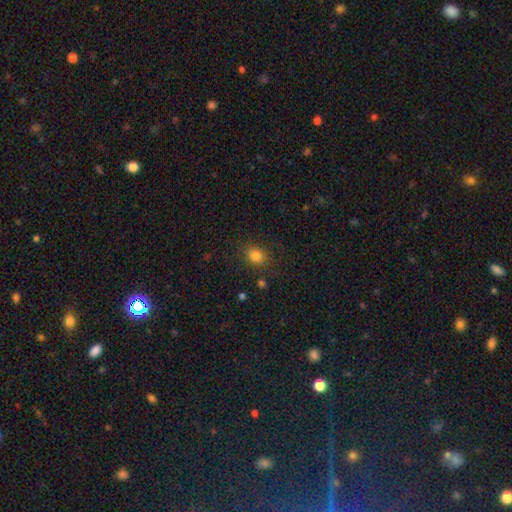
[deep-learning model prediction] This is clearly a smooth galaxy (82%). How rounded: possibly in between (54%). Merging: clearly none (83%).